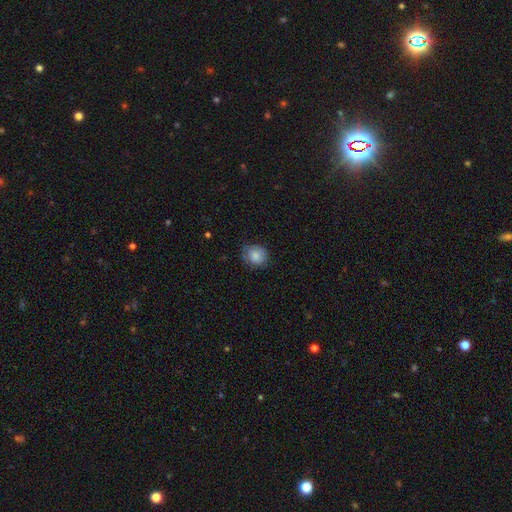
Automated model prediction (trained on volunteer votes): Overall: smooth (81%). How rounded: round (65%; in between 34%). Merging: none (68%).